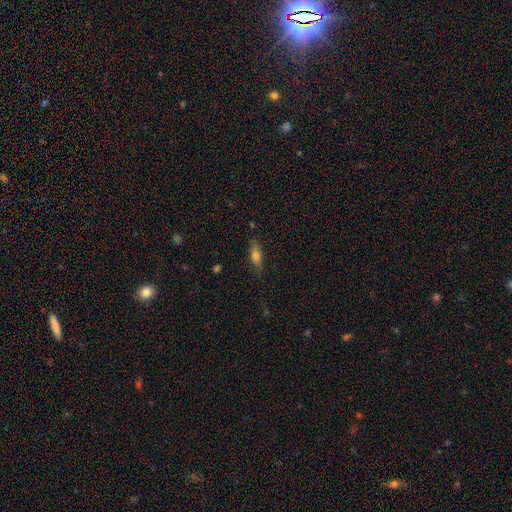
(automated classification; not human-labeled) This is likely a smooth galaxy (70%). How rounded: possibly in between (57%). Merging: clearly none (81%).